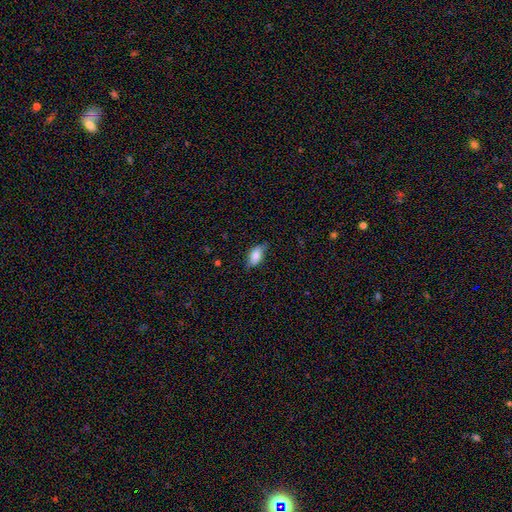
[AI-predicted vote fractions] smooth-or-featured: smooth: 76% | featured or disk: 17% | star or artifact: 8%
  how-rounded: in between: 88% | cigar-shaped: 6% | round: 5%
  merging: none: 66% | minor disturbance: 27% | major disturbance: 6% | merger: 1%